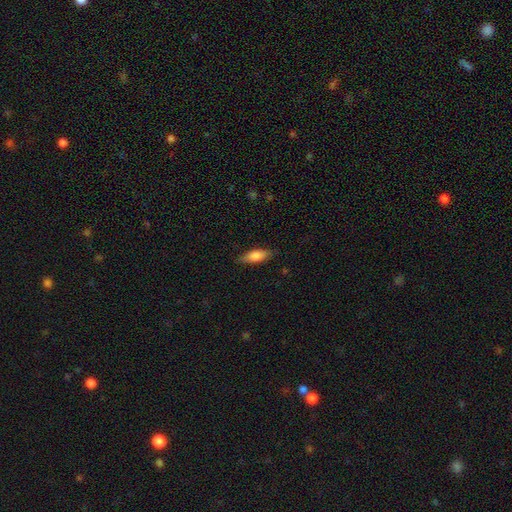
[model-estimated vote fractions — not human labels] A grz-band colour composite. It shows a smooth galaxy with no disk features (79%) that is in between round and cigar-shaped (67%). Merging: none (82%).